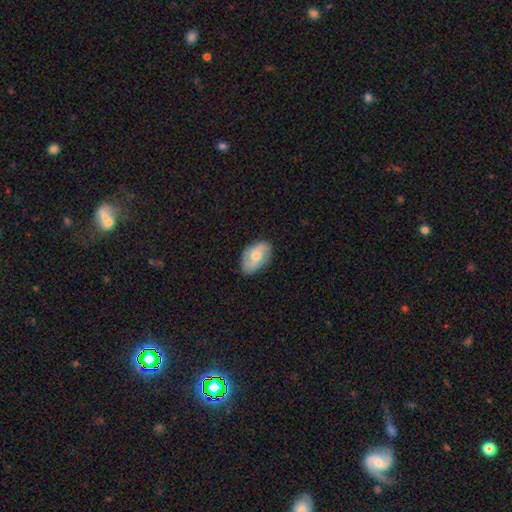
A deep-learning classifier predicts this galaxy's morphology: A smooth galaxy with no disk features (54%) that is in between round and cigar-shaped (90%).

Vote fractions:
- Smooth or featured? smooth: 54% / featured or disk: 40% / star or artifact: 7%
- How rounded? in between: 90% / round: 8% / cigar-shaped: 2%
- Merging? none: 75% / minor disturbance: 19% / major disturbance: 4% / merger: 1%